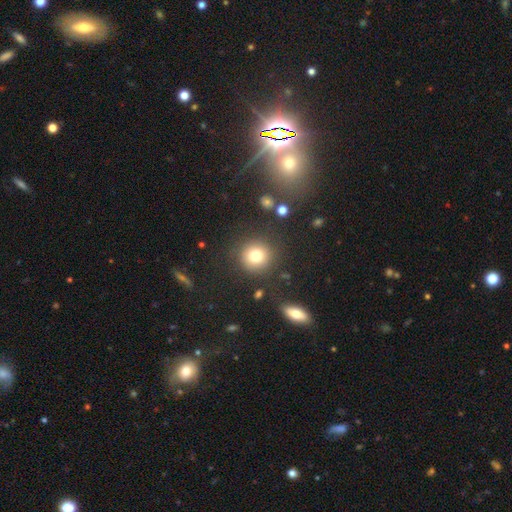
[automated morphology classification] Smooth or featured? Predicted: smooth (p=0.78). How rounded? Predicted: round (p=0.91). Merging? Predicted: none (p=0.84).